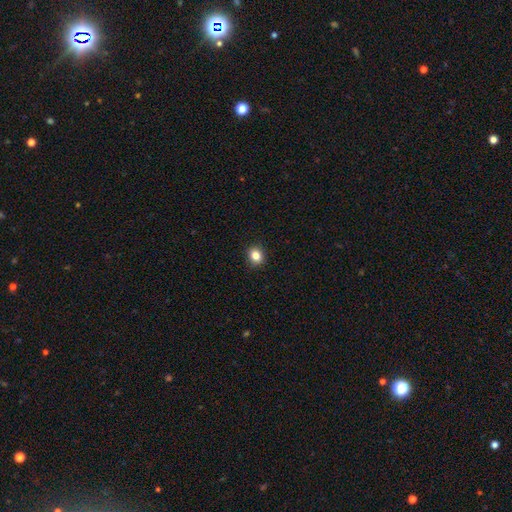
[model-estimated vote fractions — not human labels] Smooth or featured? smooth (84%)
How rounded? round (71%)
Merging? none (91%)